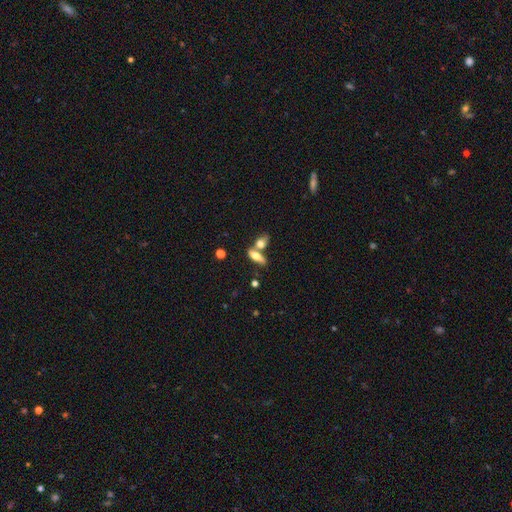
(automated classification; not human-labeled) smooth_or_featured: smooth (p=0.58) [alt: featured or disk p=0.35]
how_rounded: in between (p=0.60) [alt: cigar-shaped p=0.33]
merging: merger (p=0.44) [alt: none p=0.41]